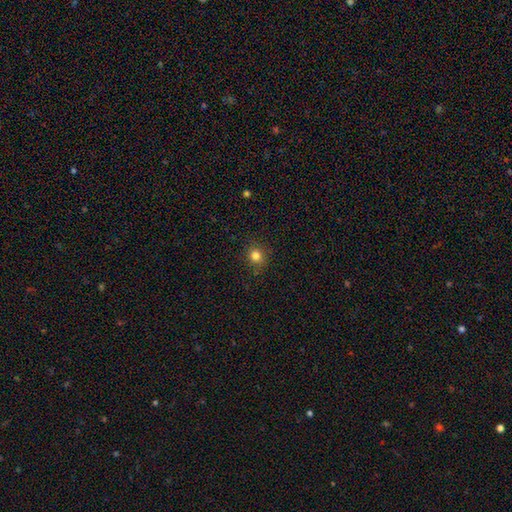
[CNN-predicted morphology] type=smooth (81%); roundness=round (85%); merging=none (88%).